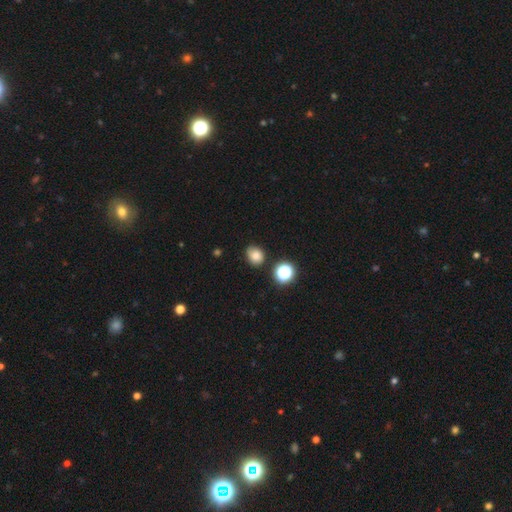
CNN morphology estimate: smooth 79%, star or artifact 14%, featured or disk 7%. Down the decision tree: how rounded — round (57%); merging — none (76%).